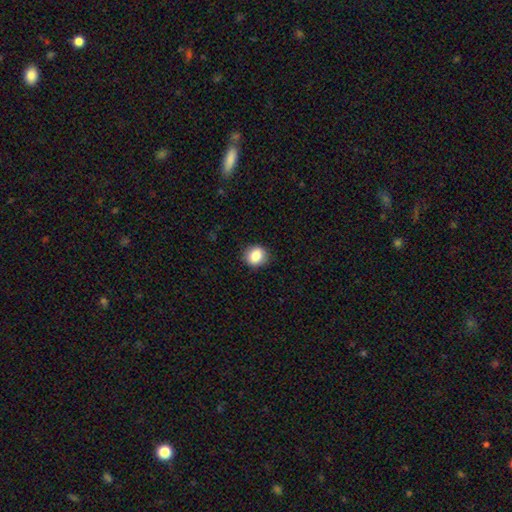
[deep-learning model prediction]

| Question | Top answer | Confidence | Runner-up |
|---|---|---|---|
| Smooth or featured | smooth | 86% | star or artifact (9%) |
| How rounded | round | 73% | in between (26%) |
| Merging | none | 88% | minor disturbance (9%) |